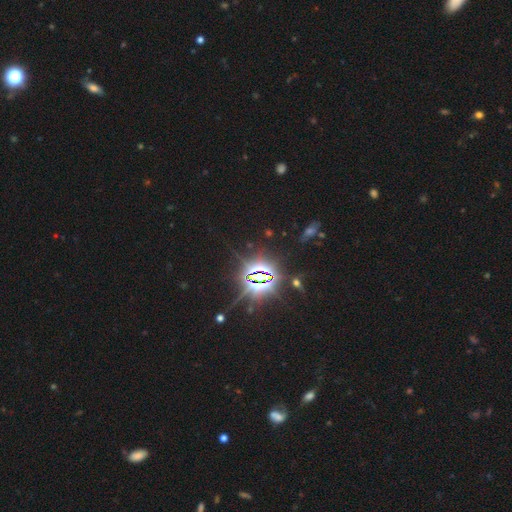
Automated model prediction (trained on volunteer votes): smooth_or_featured: star or artifact (p=0.85) [alt: smooth p=0.09]